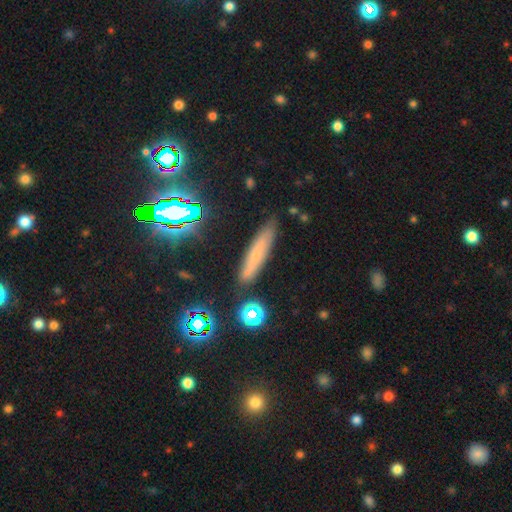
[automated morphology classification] Smooth or featured? smooth (55%)
How rounded? cigar-shaped (85%)
Merging? none (82%)